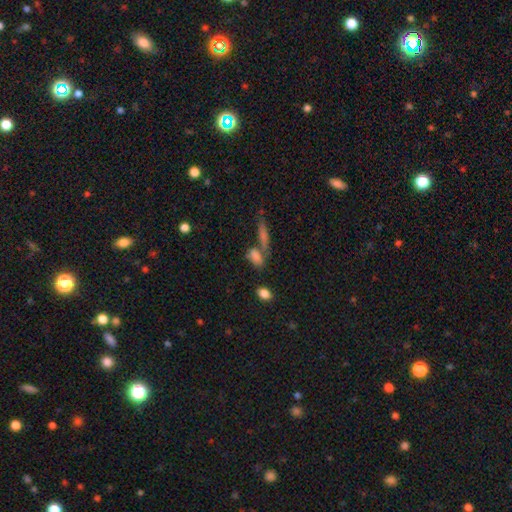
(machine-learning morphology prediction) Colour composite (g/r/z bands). It shows a smooth galaxy with no disk features (77%) that is in between round and cigar-shaped (72%). Merging: none (46%).